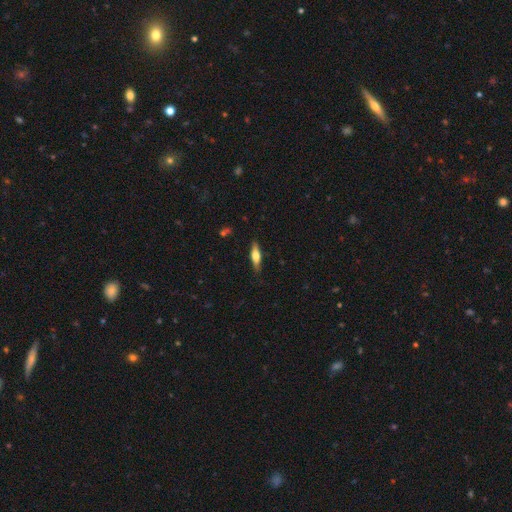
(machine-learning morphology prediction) smooth_or_featured: smooth (p=0.50) [alt: featured or disk p=0.44]
merging: none (p=0.87) [alt: minor disturbance p=0.10]